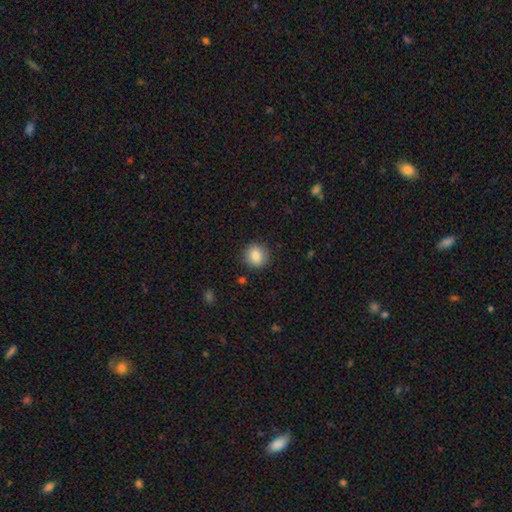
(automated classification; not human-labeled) This is clearly a smooth galaxy (86%). How rounded: clearly round (87%). Merging: clearly none (88%).